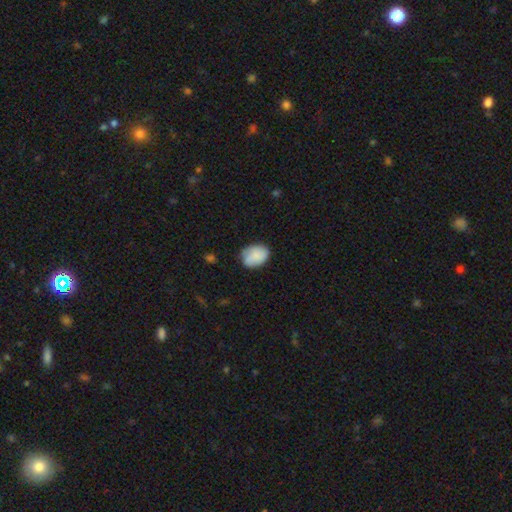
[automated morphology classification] The model was most divided on "how rounded": in between: 64%, round: 35%, cigar-shaped: 1%. More confident: smooth or featured — smooth (83%); merging — none (66%).